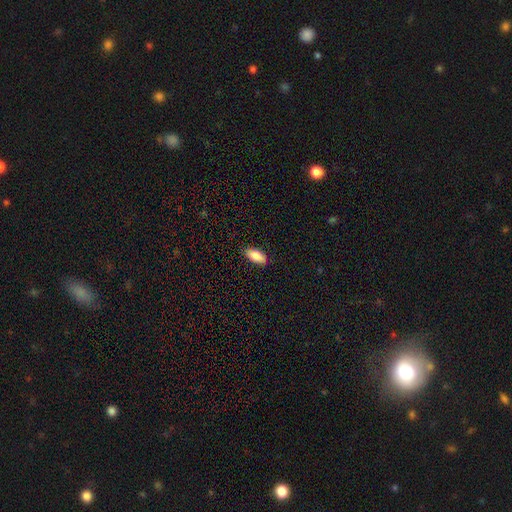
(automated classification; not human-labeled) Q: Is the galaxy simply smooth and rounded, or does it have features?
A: smooth — 81%.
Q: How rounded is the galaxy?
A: in between — 85%.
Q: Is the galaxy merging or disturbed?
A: none — 88%.